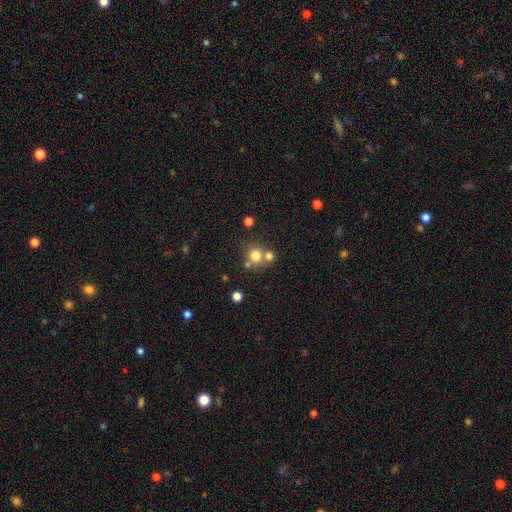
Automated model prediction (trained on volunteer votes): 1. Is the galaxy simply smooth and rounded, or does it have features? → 75% smooth, 14% star or artifact, 11% featured or disk.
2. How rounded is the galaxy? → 87% round, 12% in between, 1% cigar-shaped.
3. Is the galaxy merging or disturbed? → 56% none, 33% merger, 8% minor disturbance, 4% major disturbance.